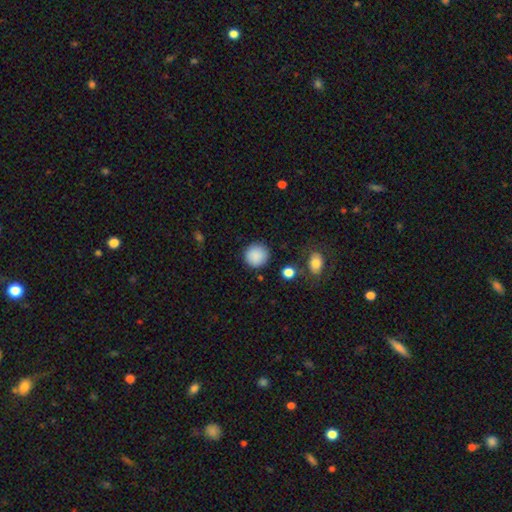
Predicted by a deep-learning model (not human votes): Q: Smooth or featured?
A: smooth (88%); runner-up: star or artifact (8%)
Q: How rounded?
A: round (93%); runner-up: in between (6%)
Q: Merging?
A: none (88%); runner-up: minor disturbance (7%)